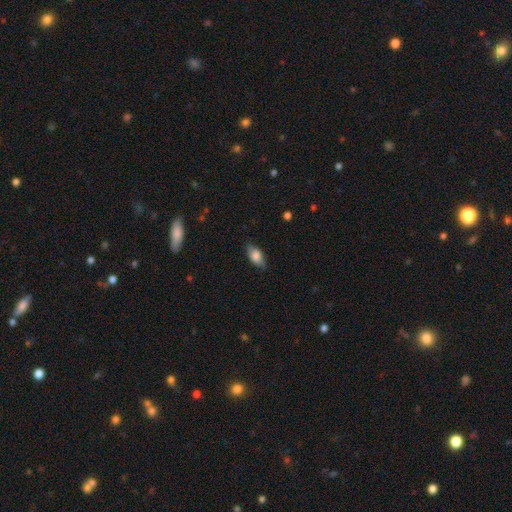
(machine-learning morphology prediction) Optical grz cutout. It shows a smooth galaxy with no disk features (77%) that is in between round and cigar-shaped (88%). Merging: none (80%).